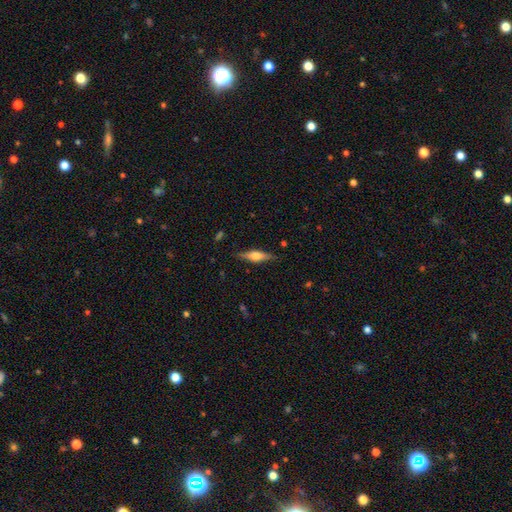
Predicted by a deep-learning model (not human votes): Smooth or featured? Predicted: featured or disk (p=0.60). Edge-on disk? Predicted: yes (p=0.96). Edge-on bulge? Predicted: rounded (p=0.87). Merging? Predicted: none (p=0.85).